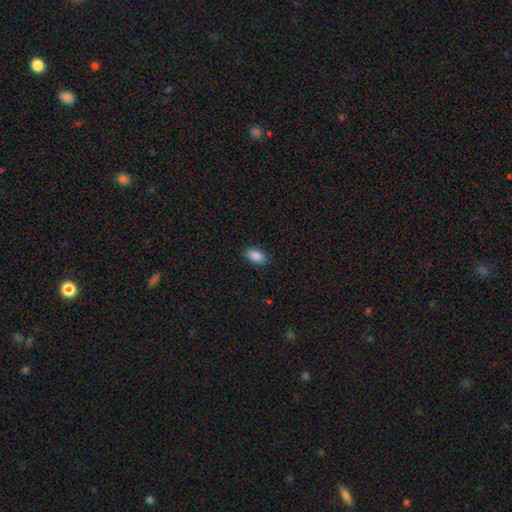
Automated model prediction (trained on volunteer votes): Smooth or featured? Predicted: smooth (p=0.88). How rounded? Predicted: in between (p=0.92). Merging? Predicted: none (p=0.88).